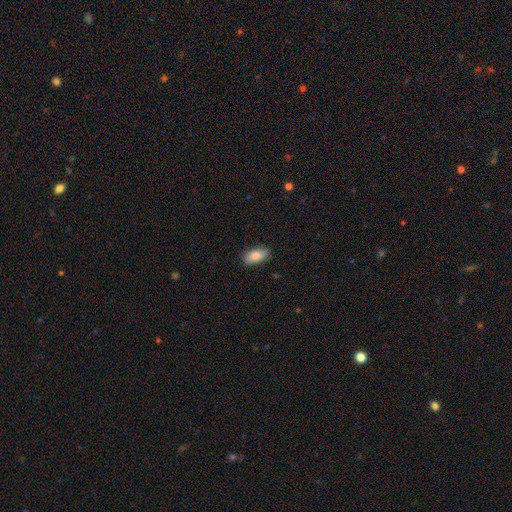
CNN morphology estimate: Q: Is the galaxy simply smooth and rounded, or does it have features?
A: smooth — 85%.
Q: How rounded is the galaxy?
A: in between — 92%.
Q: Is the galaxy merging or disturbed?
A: none — 86%.